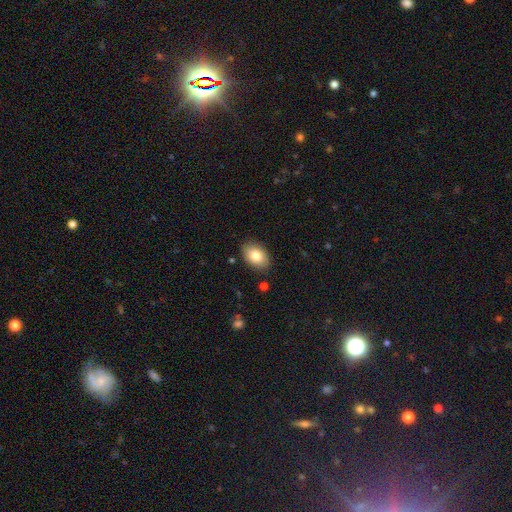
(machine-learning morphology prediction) Smooth or featured? smooth (82%)
How rounded? in between (85%)
Merging? none (87%)